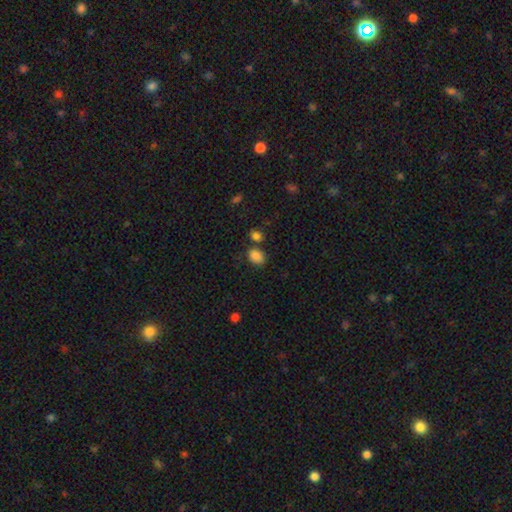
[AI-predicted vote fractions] A smooth galaxy with no disk features (85%) that is in between round and cigar-shaped (69%). Merging: none (69%).